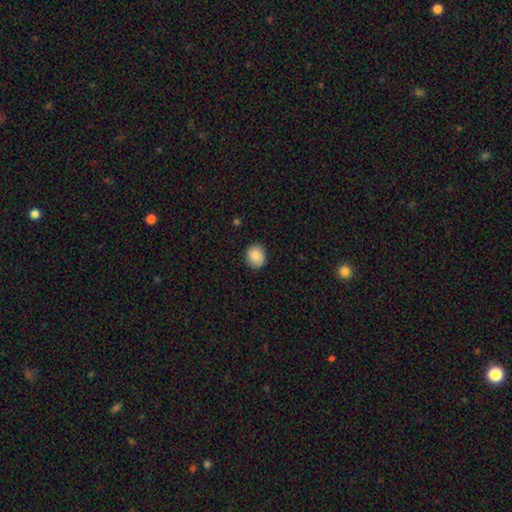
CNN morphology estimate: smooth 87%, star or artifact 8%, featured or disk 5%. Down the decision tree: how rounded — round (75%); merging — none (86%).